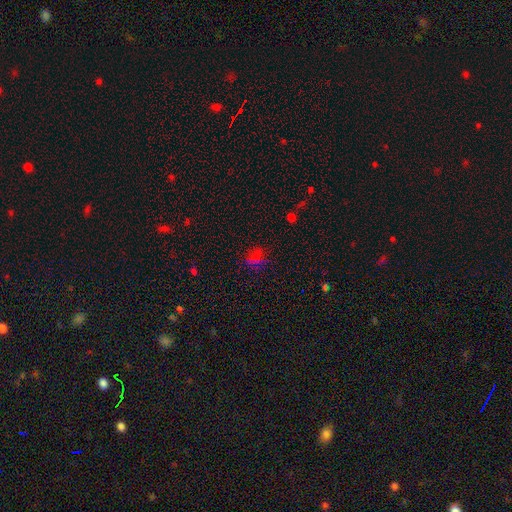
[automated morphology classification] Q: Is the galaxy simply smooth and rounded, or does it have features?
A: star or artifact — 47%.